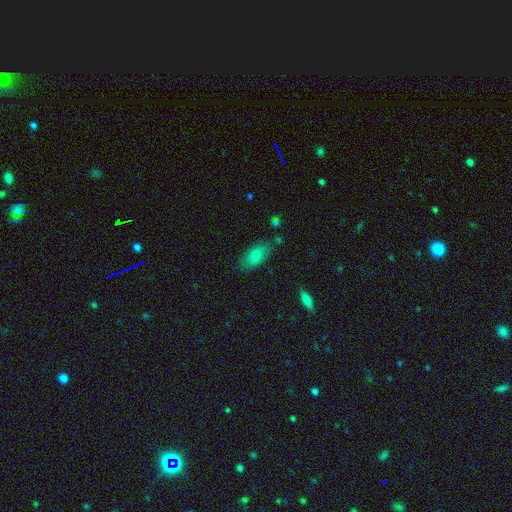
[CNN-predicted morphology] smooth_or_featured: smooth (p=0.74) [alt: featured or disk p=0.19]
how_rounded: in between (p=0.88) [alt: cigar-shaped p=0.08]
merging: none (p=0.78) [alt: minor disturbance p=0.16]